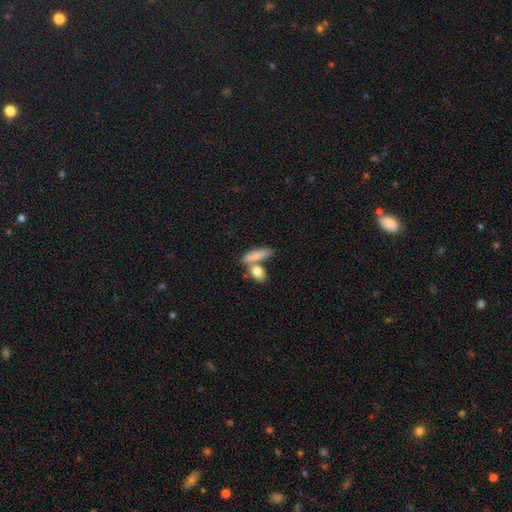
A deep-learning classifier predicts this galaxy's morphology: The model was most divided on "how rounded": in between: 52%, cigar-shaped: 41%, round: 7%. More confident: smooth or featured — smooth (81%); merging — none (50%).